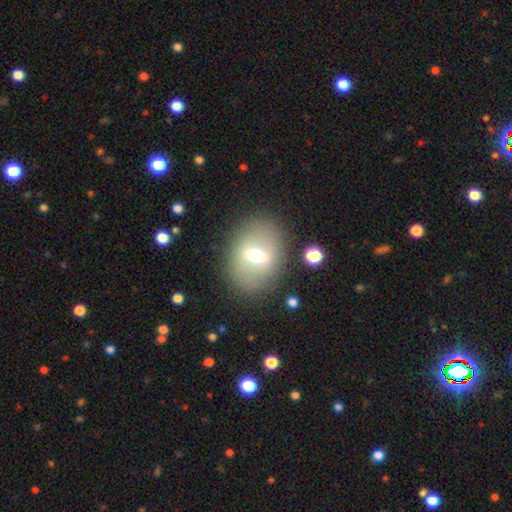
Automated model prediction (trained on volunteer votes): Q: Smooth or featured?
A: featured or disk (46%); runner-up: smooth (44%)
Q: Merging?
A: none (83%); runner-up: minor disturbance (10%)